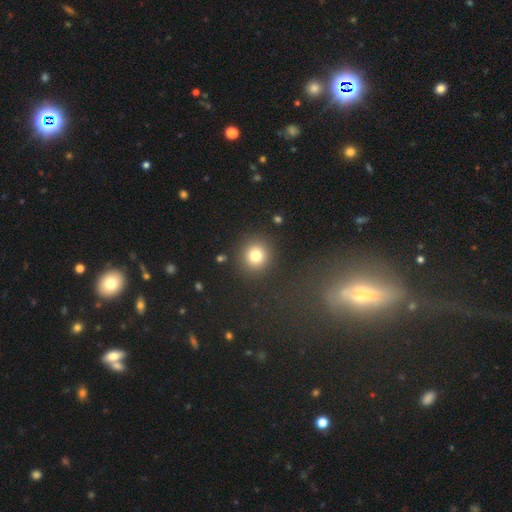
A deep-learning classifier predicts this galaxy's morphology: smooth-or-featured: smooth: 80% | star or artifact: 13% | featured or disk: 7%
  how-rounded: round: 90% | in between: 9% | cigar-shaped: 1%
  merging: none: 89% | minor disturbance: 6% | major disturbance: 3% | merger: 2%